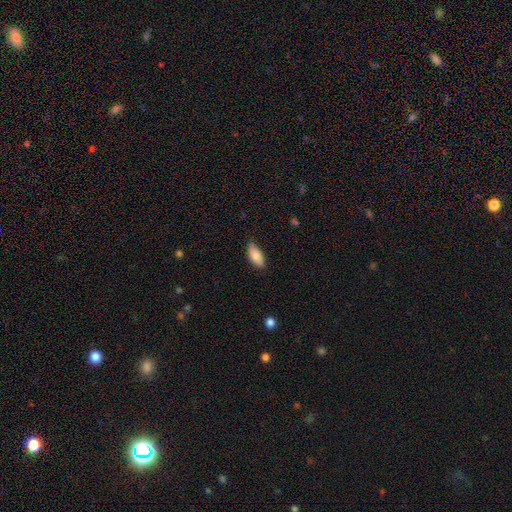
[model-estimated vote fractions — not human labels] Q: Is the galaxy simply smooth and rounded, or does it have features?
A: smooth — 83%.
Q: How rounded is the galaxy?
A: in between — 90%.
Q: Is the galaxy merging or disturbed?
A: none — 75%.